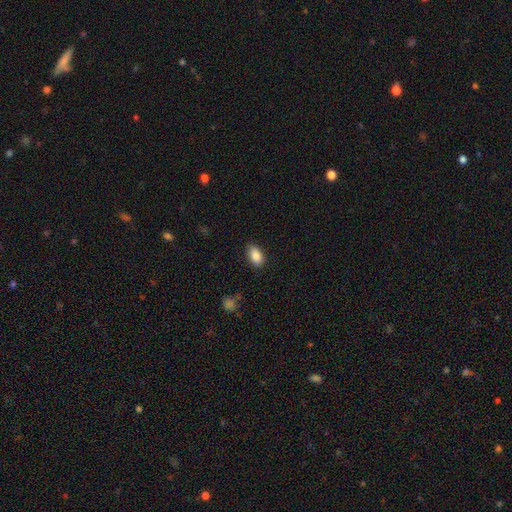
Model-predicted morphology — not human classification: Smooth or featured? smooth (88%)
How rounded? in between (91%)
Merging? none (85%)